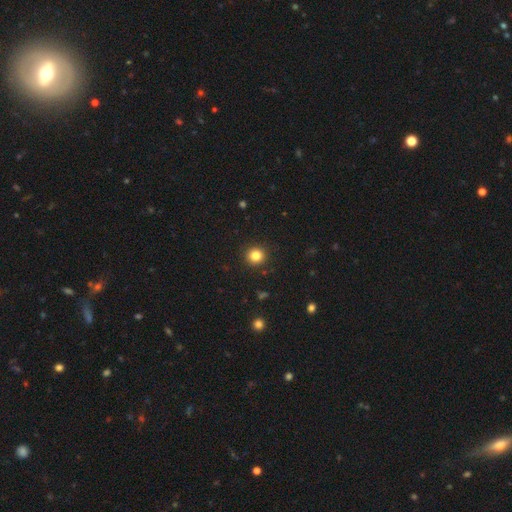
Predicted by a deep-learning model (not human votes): A smooth galaxy with no disk features (83%) that is round (93%). Merging: none (92%).